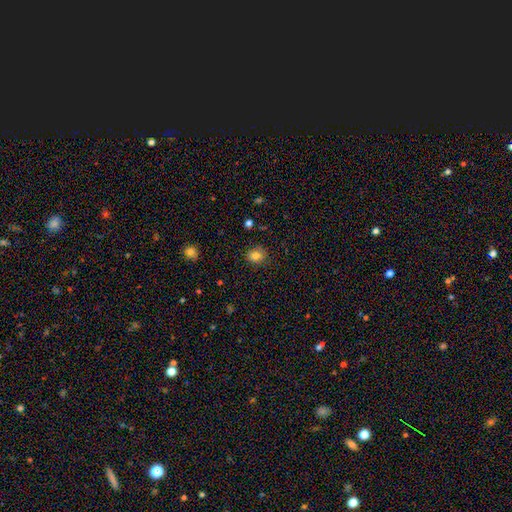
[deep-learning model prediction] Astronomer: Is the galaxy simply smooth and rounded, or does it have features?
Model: smooth — 82%.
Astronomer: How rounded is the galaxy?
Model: round — 65%.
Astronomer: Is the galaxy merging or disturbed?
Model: none — 82%.